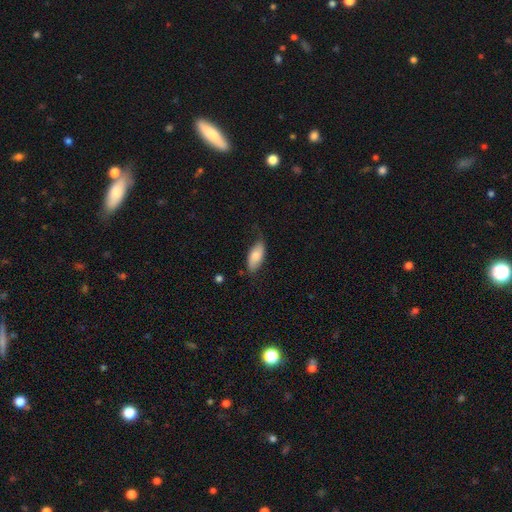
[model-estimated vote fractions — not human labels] This is likely a smooth galaxy (74%). How rounded: clearly in between (88%). Merging: likely none (63%).